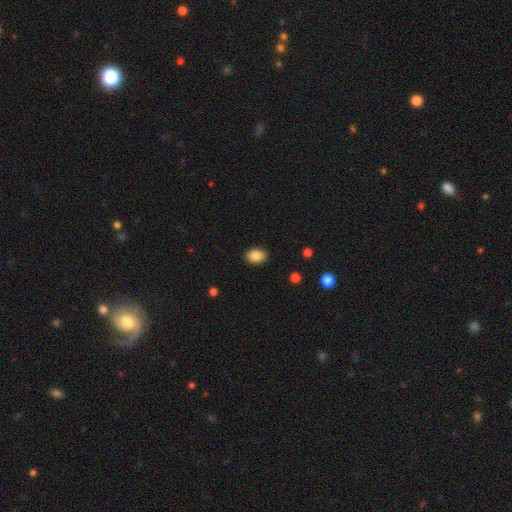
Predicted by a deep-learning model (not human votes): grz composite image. It shows a smooth galaxy with no disk features (87%) that is in between round and cigar-shaped (76%). Merging: none (89%).